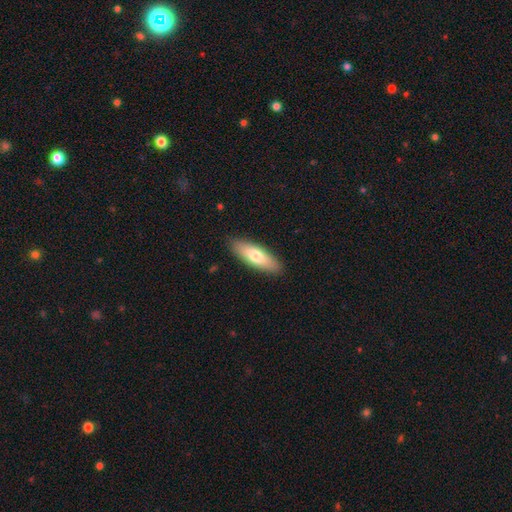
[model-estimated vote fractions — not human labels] smooth-or-featured: smooth: 72% | featured or disk: 22% | star or artifact: 6%
  how-rounded: in between: 55% | cigar-shaped: 43% | round: 2%
  merging: none: 88% | minor disturbance: 9% | major disturbance: 2% | merger: 1%